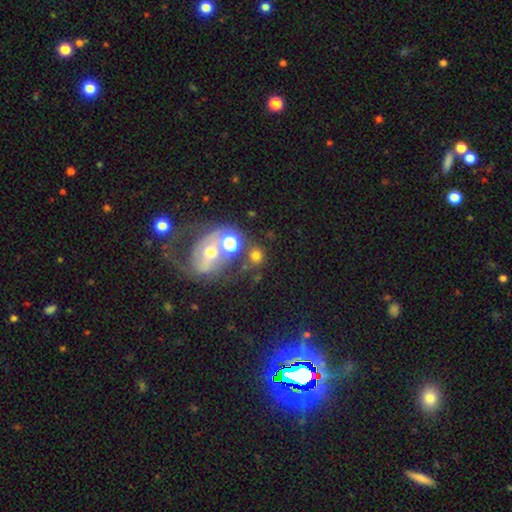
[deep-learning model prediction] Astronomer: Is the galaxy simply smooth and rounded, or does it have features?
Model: smooth — 65%.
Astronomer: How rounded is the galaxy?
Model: round — 76%.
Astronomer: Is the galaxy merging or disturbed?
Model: none — 57%.